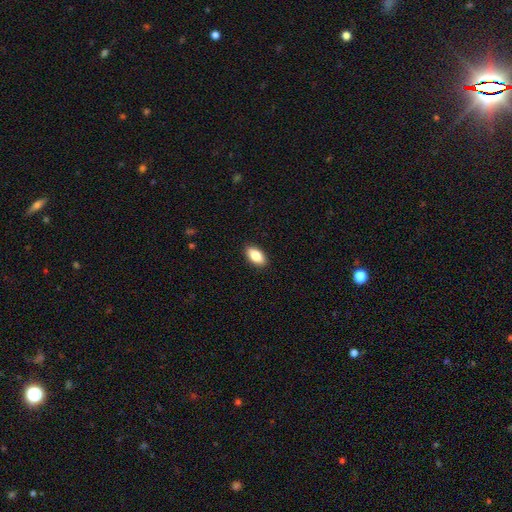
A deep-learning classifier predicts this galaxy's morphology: type=smooth (84%); roundness=in between (92%); merging=none (90%).